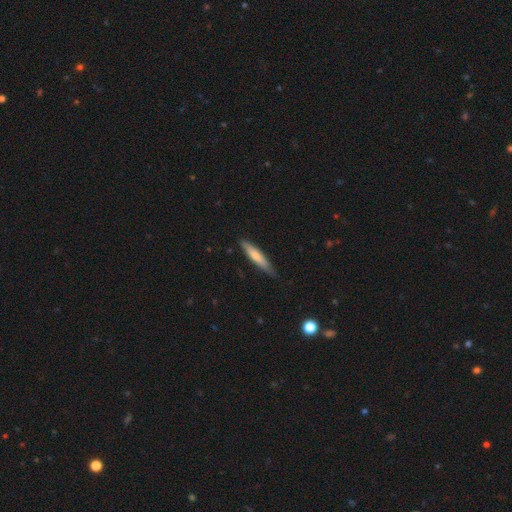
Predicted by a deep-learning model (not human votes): Smooth or featured?
  - smooth: 64% *
  - featured or disk: 30%
  - star or artifact: 5%
How rounded?
  - cigar-shaped: 88% *
  - in between: 10%
  - round: 1%
Merging?
  - none: 79% *
  - minor disturbance: 18%
  - major disturbance: 2%
  - merger: 1%